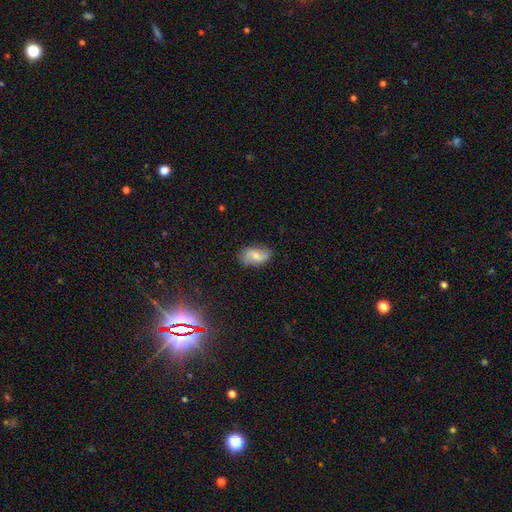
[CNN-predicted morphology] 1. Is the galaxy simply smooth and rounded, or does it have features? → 47% smooth, 45% featured or disk, 9% star or artifact.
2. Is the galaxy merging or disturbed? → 75% none, 19% minor disturbance, 5% major disturbance, 1% merger.